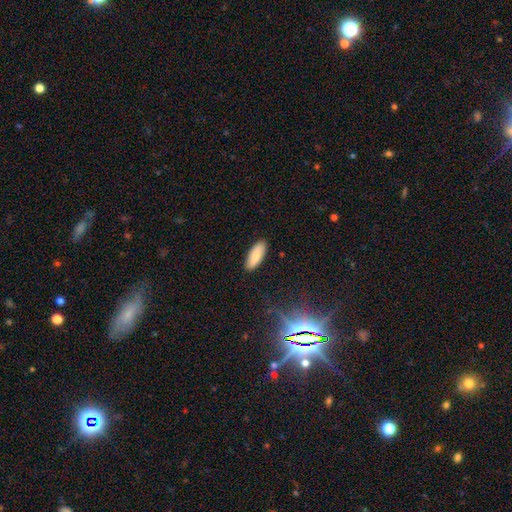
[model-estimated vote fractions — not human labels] smooth-or-featured: smooth: 82% | featured or disk: 11% | star or artifact: 7%
  how-rounded: in between: 71% | cigar-shaped: 28% | round: 2%
  merging: none: 88% | minor disturbance: 9% | major disturbance: 2% | merger: 1%